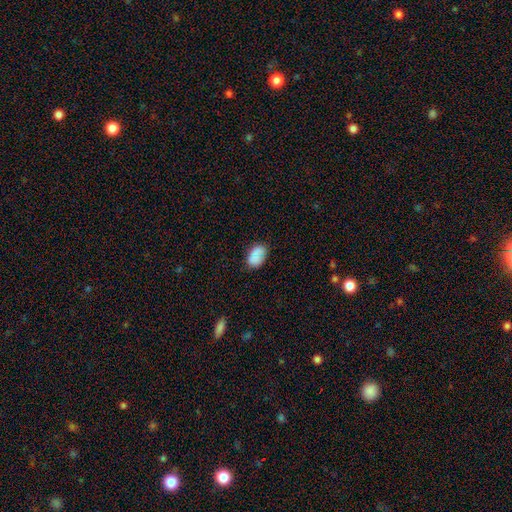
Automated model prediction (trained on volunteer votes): A smooth galaxy with no disk features (77%) that is in between round and cigar-shaped (86%).

Vote fractions:
- Smooth or featured? smooth: 77% / featured or disk: 14% / star or artifact: 10%
- How rounded? in between: 86% / round: 13% / cigar-shaped: 1%
- Merging? none: 61% / minor disturbance: 22% / merger: 11% / major disturbance: 6%